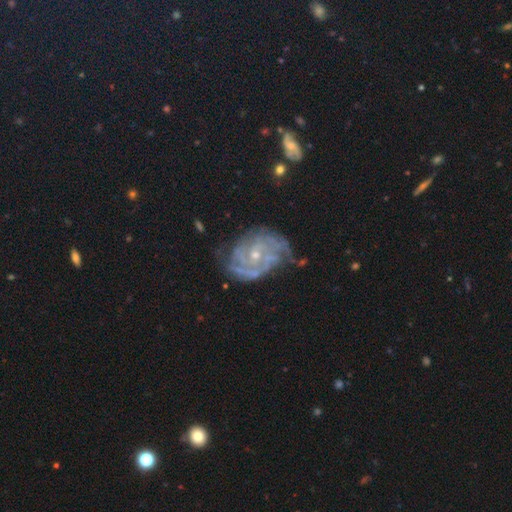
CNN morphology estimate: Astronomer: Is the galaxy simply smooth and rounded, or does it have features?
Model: featured or disk — 88%.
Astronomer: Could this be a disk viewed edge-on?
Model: no — 97%.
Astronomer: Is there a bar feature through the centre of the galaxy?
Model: no — 67%.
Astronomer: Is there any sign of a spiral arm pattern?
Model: yes — 96%.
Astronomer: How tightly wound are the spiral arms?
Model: tight — 66%.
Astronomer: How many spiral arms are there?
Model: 2 — 28% (runner-up: can't tell, 24%).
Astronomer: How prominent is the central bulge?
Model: small — 68%.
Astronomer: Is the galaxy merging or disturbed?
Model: none — 63%.